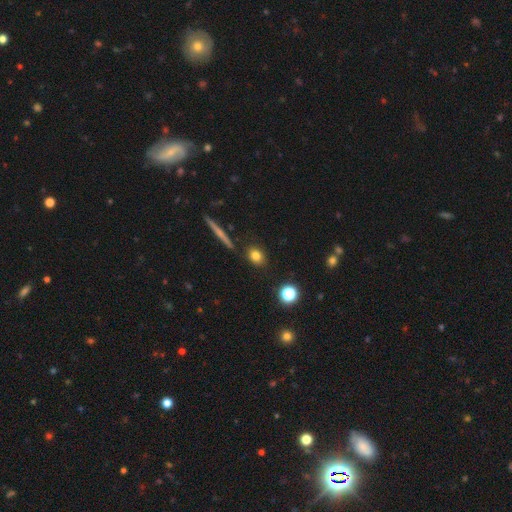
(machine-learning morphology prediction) This appears to be a smooth galaxy with no disk features (79%) that is round (49%). Merging: none (86%).